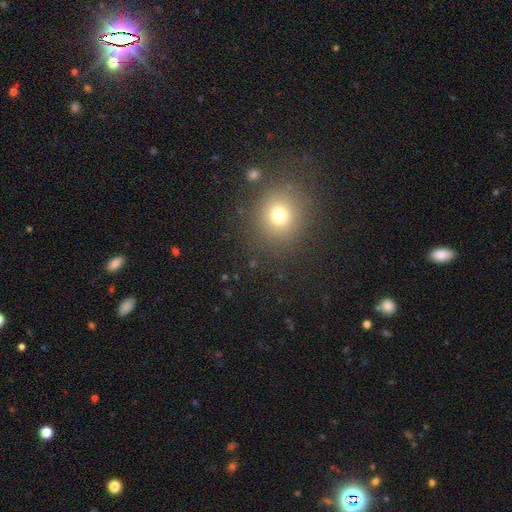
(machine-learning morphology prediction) smooth 64%, star or artifact 27%, featured or disk 8%. Down the decision tree: how rounded — round (81%); merging — none (88%).